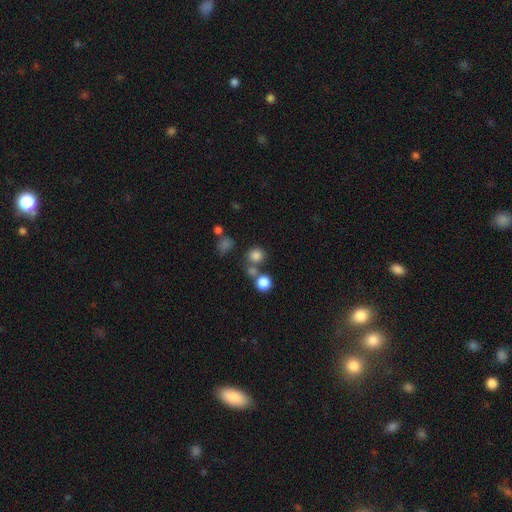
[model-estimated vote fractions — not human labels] Smooth or featured? Predicted: smooth (p=0.79). How rounded? Predicted: round (p=0.84). Merging? Predicted: none (p=0.64).